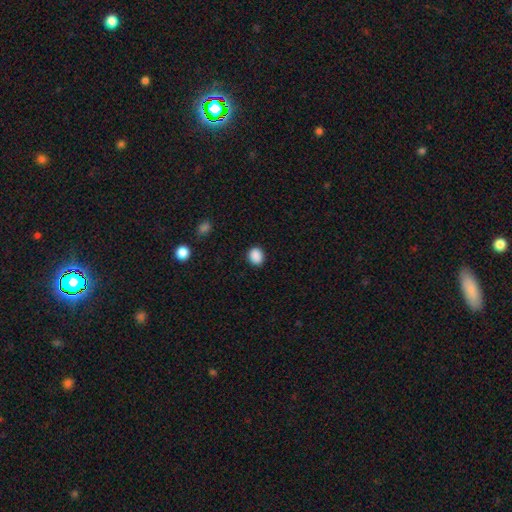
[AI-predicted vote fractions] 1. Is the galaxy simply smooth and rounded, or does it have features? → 89% smooth, 9% star or artifact, 2% featured or disk.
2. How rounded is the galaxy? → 60% round, 39% in between, 1% cigar-shaped.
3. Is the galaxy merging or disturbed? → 90% none, 7% minor disturbance, 2% major disturbance, 1% merger.